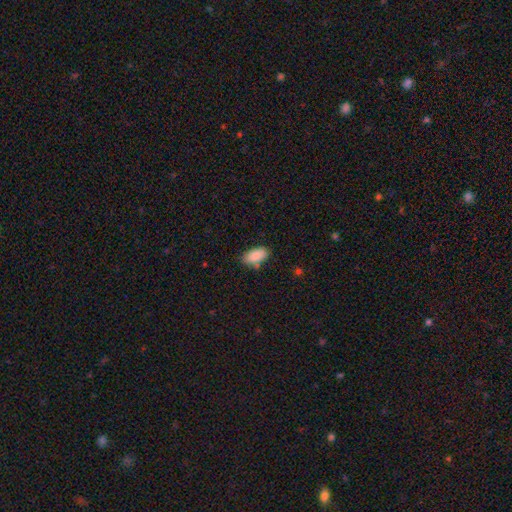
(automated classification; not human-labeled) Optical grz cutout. It shows a smooth galaxy with no disk features (88%) that is in between round and cigar-shaped (93%). Merging: none (75%).